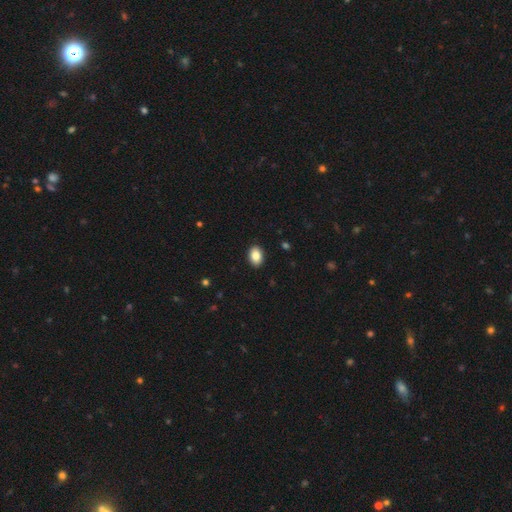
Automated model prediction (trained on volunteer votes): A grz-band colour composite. It shows a smooth galaxy with no disk features (86%) that is in between round and cigar-shaped (82%). Merging: none (91%).